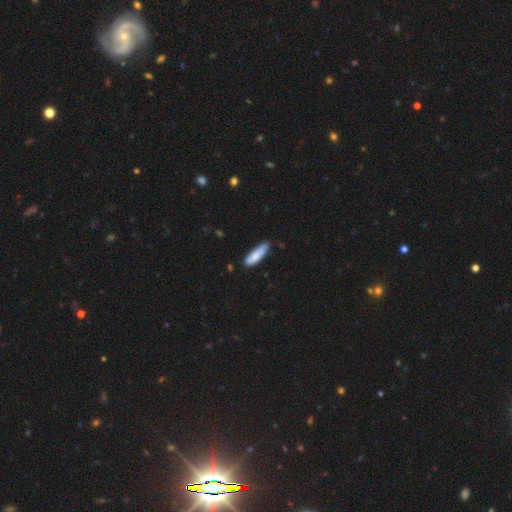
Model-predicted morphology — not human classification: Smooth or featured: smooth — 81% (featured or disk — 13%)
How rounded: cigar-shaped — 65% (in between — 34%)
Merging: none — 79% (minor disturbance — 17%)